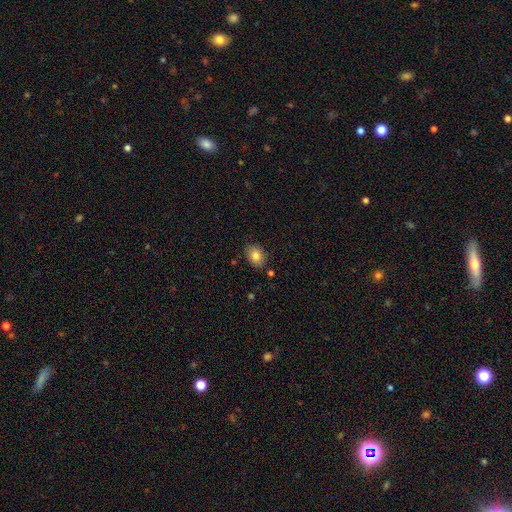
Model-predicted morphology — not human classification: This is clearly a smooth galaxy (84%). How rounded: likely in between (71%). Merging: clearly none (85%).